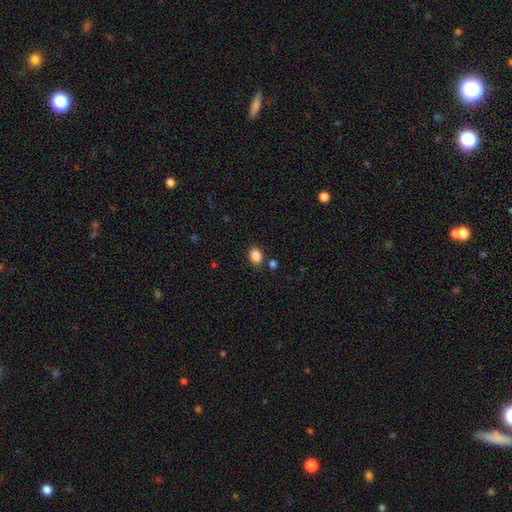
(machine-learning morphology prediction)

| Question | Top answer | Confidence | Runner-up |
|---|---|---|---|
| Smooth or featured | smooth | 88% | star or artifact (9%) |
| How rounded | in between | 69% | round (30%) |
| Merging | none | 81% | minor disturbance (10%) |